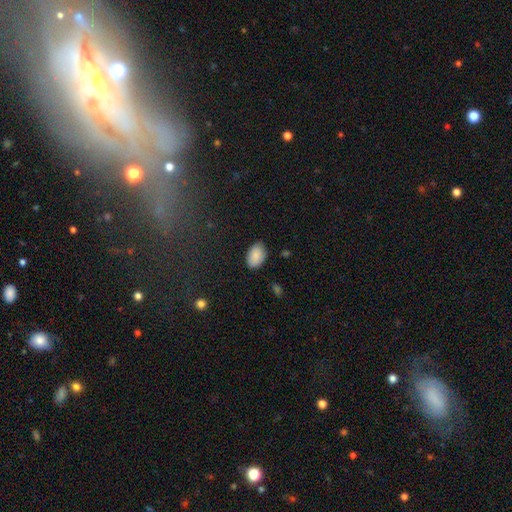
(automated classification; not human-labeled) smooth 88%, star or artifact 7%, featured or disk 5%. Down the decision tree: how rounded — in between (90%); merging — none (81%).